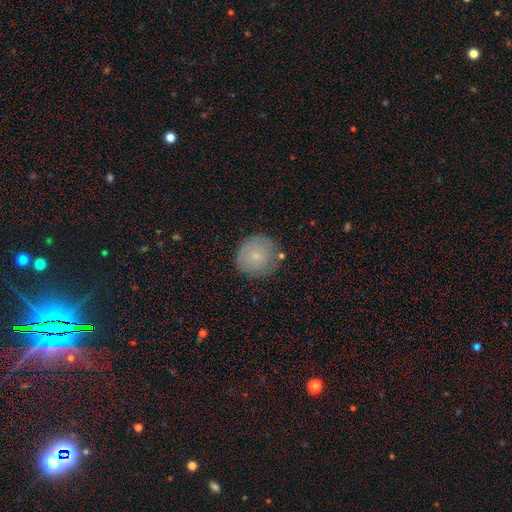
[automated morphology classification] Overall: smooth (77%). How rounded: round (93%). Merging: none (80%).